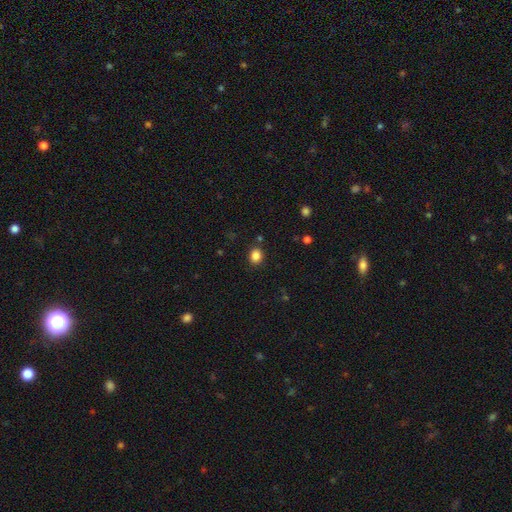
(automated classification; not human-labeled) The model was most divided on "how rounded": round: 61%, in between: 38%, cigar-shaped: 1%. More confident: merging — none (87%); smooth or featured — smooth (85%).